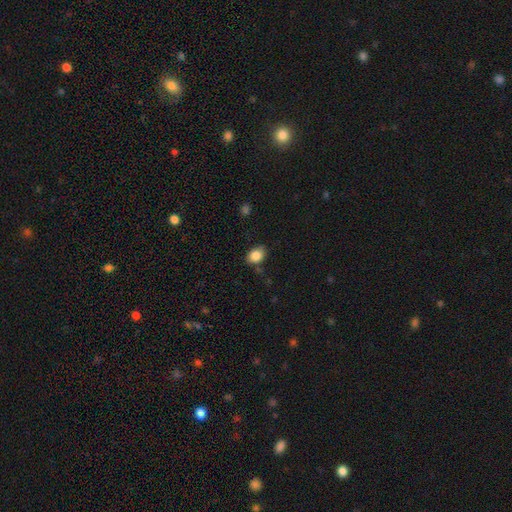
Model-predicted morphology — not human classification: smooth 86%, star or artifact 9%, featured or disk 6%. Down the decision tree: how rounded — in between (68%); merging — none (76%).